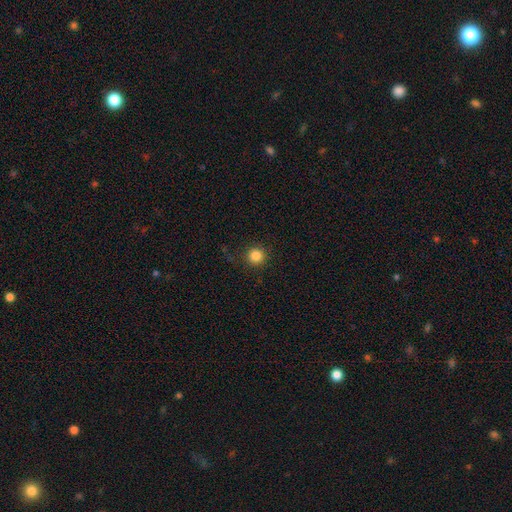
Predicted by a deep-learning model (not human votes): smooth 84%, star or artifact 11%, featured or disk 4%. Down the decision tree: how rounded — round (95%); merging — none (89%).